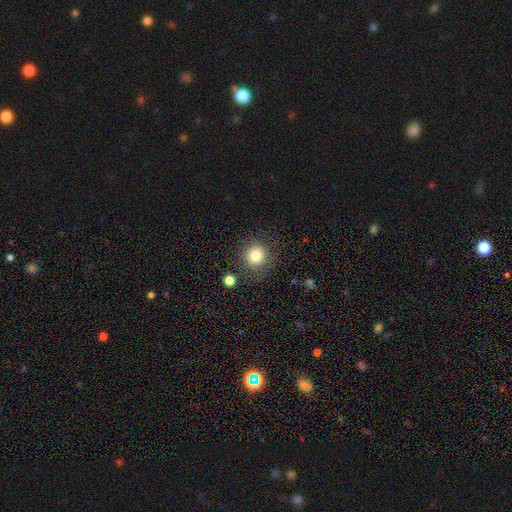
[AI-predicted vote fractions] Smooth or featured? Predicted: smooth (p=0.81). How rounded? Predicted: round (p=0.92). Merging? Predicted: none (p=0.83).